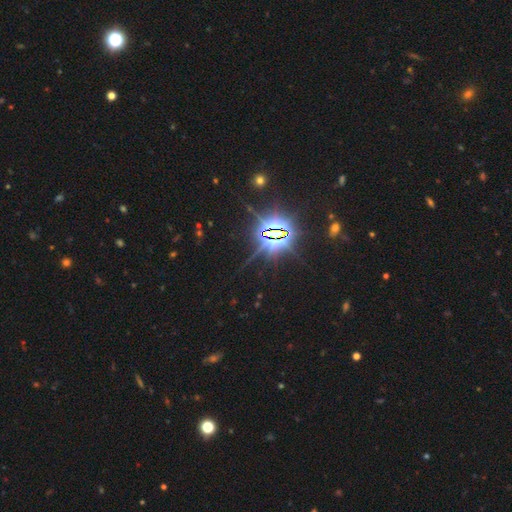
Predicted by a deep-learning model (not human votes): Morphology: type=star or artifact (83%).